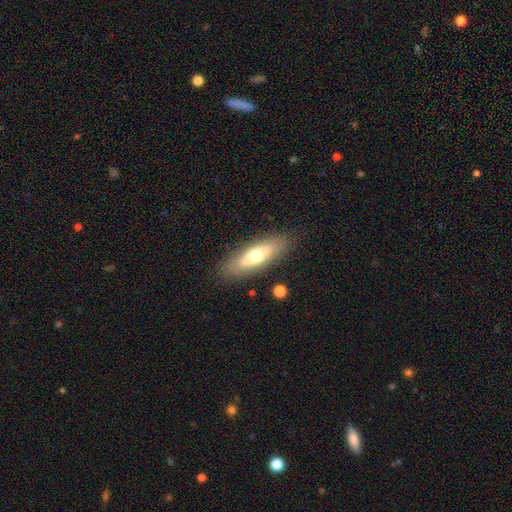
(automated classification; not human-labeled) smooth_or_featured: smooth (p=0.57) [alt: featured or disk p=0.36]
how_rounded: in between (p=0.56) [alt: cigar-shaped p=0.42]
merging: none (p=0.85) [alt: minor disturbance p=0.10]